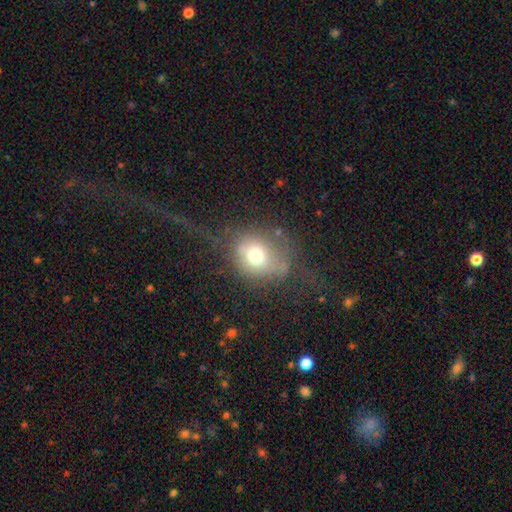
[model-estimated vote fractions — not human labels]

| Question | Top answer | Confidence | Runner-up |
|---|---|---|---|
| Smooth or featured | smooth | 64% | featured or disk (22%) |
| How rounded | round | 61% | in between (37%) |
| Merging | none | 48% | major disturbance (26%) |